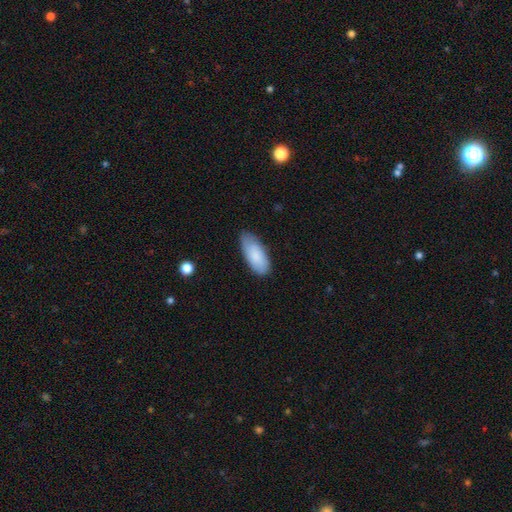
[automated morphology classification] Smooth or featured?
  - smooth: 84% *
  - featured or disk: 10%
  - star or artifact: 6%
How rounded?
  - in between: 87% *
  - cigar-shaped: 11%
  - round: 2%
Merging?
  - none: 74% *
  - minor disturbance: 21%
  - major disturbance: 3%
  - merger: 1%